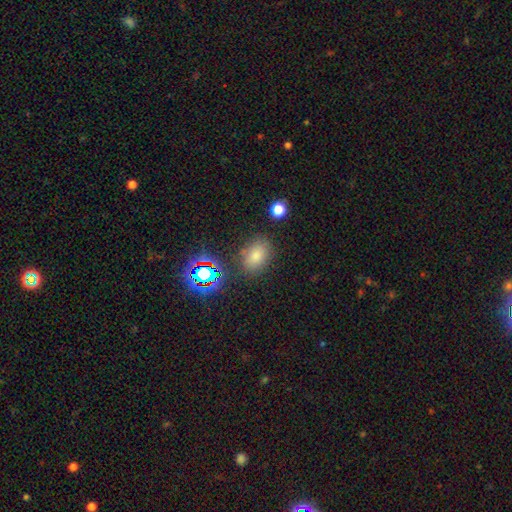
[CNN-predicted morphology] The model was most divided on "how rounded": in between: 77%, round: 22%, cigar-shaped: 1%. More confident: merging — none (77%); smooth or featured — smooth (74%).